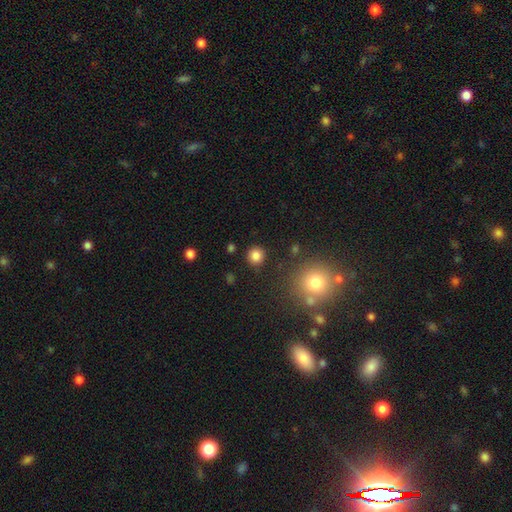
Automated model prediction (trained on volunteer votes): This appears to be a smooth galaxy with no disk features (83%) that is round (92%). Merging: none (89%).